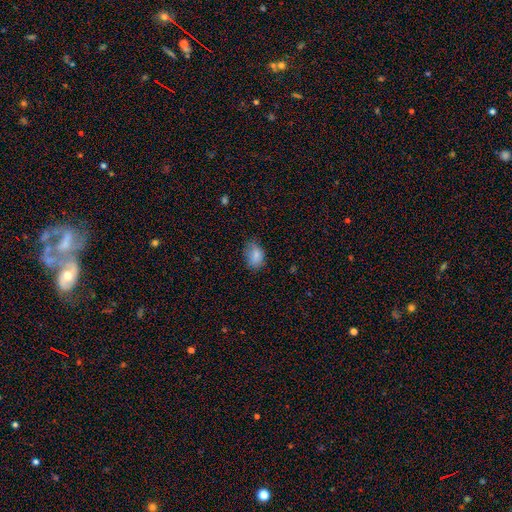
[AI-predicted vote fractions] Q: Smooth or featured?
A: smooth (82%); runner-up: star or artifact (9%)
Q: How rounded?
A: in between (79%); runner-up: round (20%)
Q: Merging?
A: none (64%); runner-up: minor disturbance (27%)